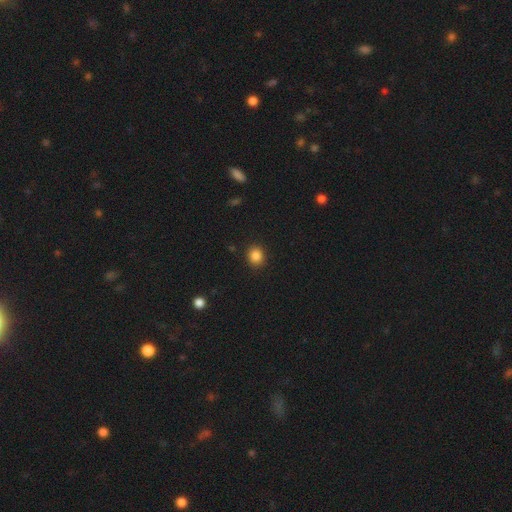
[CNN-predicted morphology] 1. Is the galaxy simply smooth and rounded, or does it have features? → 85% smooth, 11% star or artifact, 4% featured or disk.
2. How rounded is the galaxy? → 77% round, 22% in between, 1% cigar-shaped.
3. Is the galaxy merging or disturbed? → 90% none, 6% minor disturbance, 2% major disturbance, 1% merger.